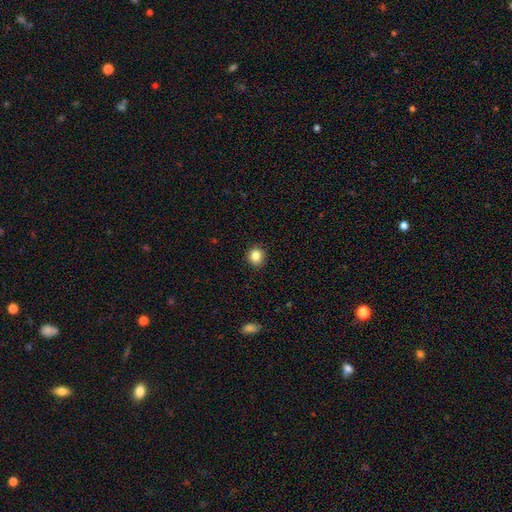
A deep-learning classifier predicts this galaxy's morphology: Smooth or featured?
  - smooth: 85% *
  - star or artifact: 10%
  - featured or disk: 4%
How rounded?
  - round: 89% *
  - in between: 10%
  - cigar-shaped: 1%
Merging?
  - none: 92% *
  - minor disturbance: 6%
  - major disturbance: 2%
  - merger: 1%